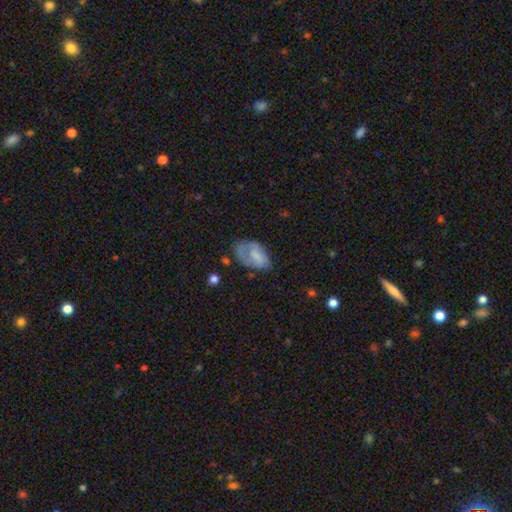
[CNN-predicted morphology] Overall: smooth (58%; featured or disk 34%). How rounded: in between (91%). Merging: none (41%; minor disturbance 33%).